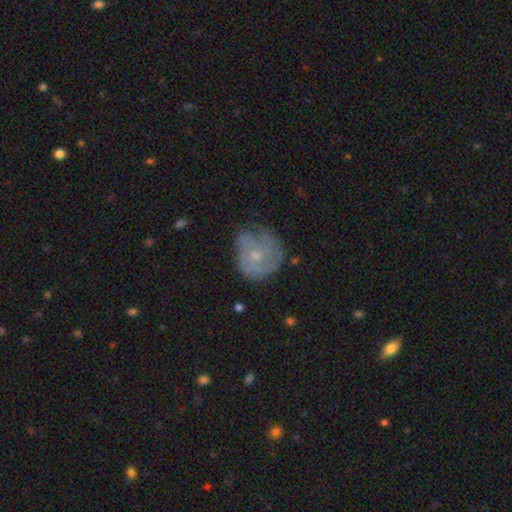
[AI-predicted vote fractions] featured or disk 59%, smooth 33%, star or artifact 9%. Down the decision tree: edge-on disk — no (98%); bar — no (81%); spiral arms — yes (73%); bulge size — small (63%); merging — none (55%).